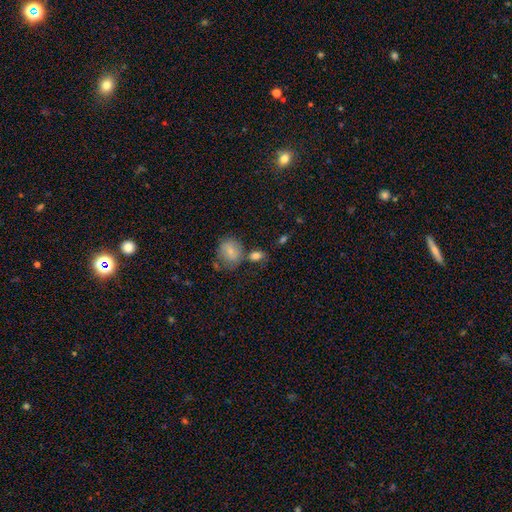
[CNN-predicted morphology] Smooth or featured?
  - smooth: 79% *
  - featured or disk: 11%
  - star or artifact: 10%
How rounded?
  - in between: 66% *
  - round: 31%
  - cigar-shaped: 3%
Merging?
  - none: 54% *
  - merger: 23%
  - minor disturbance: 16%
  - major disturbance: 6%